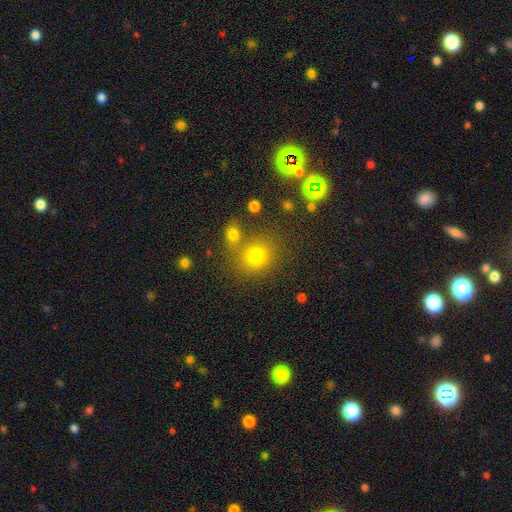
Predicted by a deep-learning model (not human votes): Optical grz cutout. It shows a smooth galaxy with no disk features (75%) that is round (80%). Merging: none (63%).